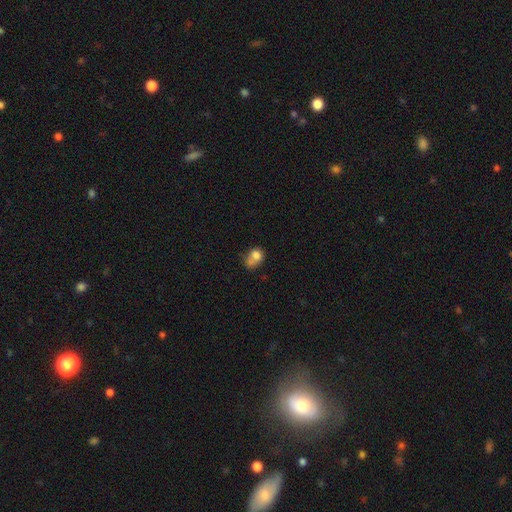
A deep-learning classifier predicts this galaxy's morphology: Overall: smooth (73%). How rounded: in between (55%; round 44%). Merging: merger (37%; none 27%).